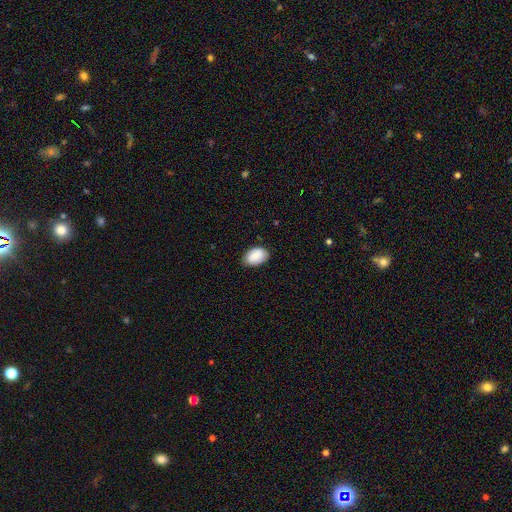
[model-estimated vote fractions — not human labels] Smooth or featured: smooth — 89% (star or artifact — 6%)
How rounded: in between — 89% (round — 10%)
Merging: none — 81% (minor disturbance — 15%)